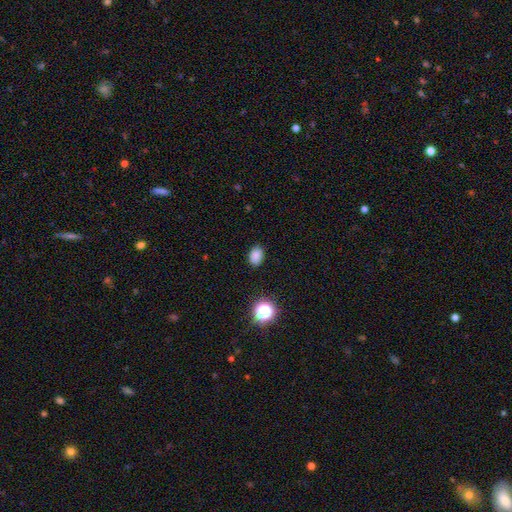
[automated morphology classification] type=smooth (84%); roundness=in between (78%); merging=none (86%).